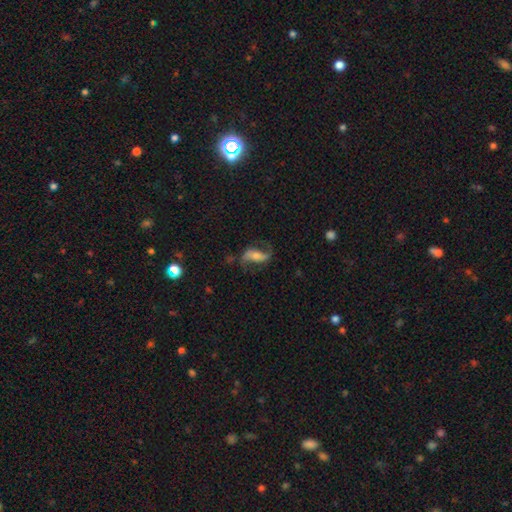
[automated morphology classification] Smooth or featured? featured or disk (71%)
Edge-on disk? no (92%)
Bar? strong (41%)
Spiral arms? yes (91%)
Spiral winding? loose (70%)
Spiral arm count? 2 (89%)
Bulge size? small (41%)
Merging? none (64%)